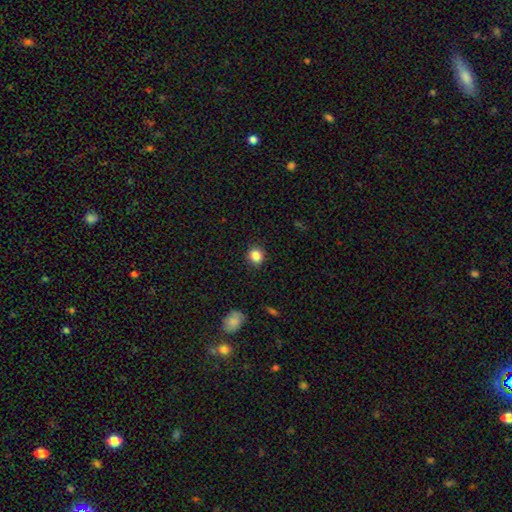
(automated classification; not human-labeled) Q: Smooth or featured?
A: smooth (85%); runner-up: star or artifact (11%)
Q: How rounded?
A: round (83%); runner-up: in between (16%)
Q: Merging?
A: none (90%); runner-up: minor disturbance (7%)